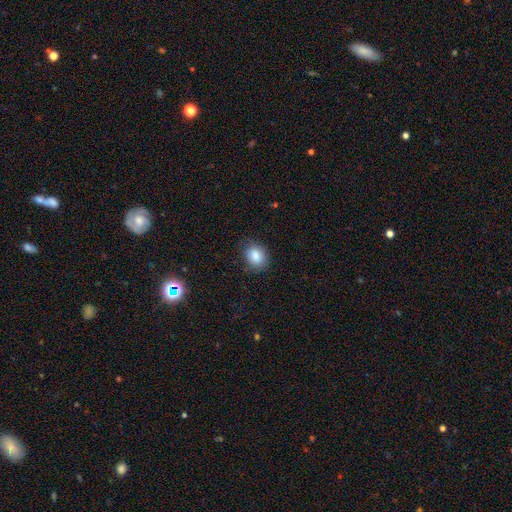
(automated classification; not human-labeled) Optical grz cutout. It shows a smooth galaxy with no disk features (86%) that is in between round and cigar-shaped (53%). Merging: none (83%).